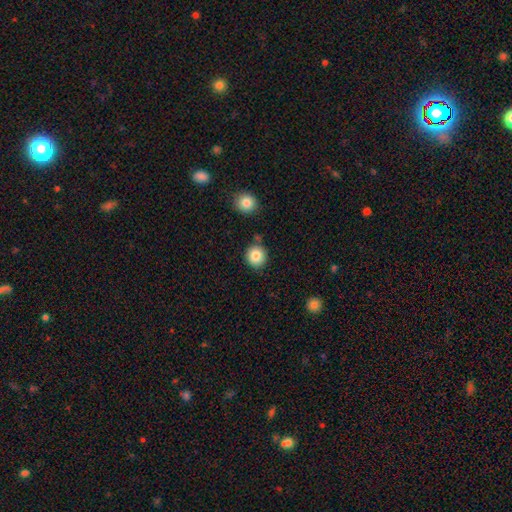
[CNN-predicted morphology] A smooth galaxy with no disk features (85%) that is round (91%).

Vote fractions:
- Smooth or featured? smooth: 85% / star or artifact: 9% / featured or disk: 6%
- How rounded? round: 91% / in between: 9% / cigar-shaped: 1%
- Merging? none: 82% / minor disturbance: 9% / merger: 6% / major disturbance: 2%